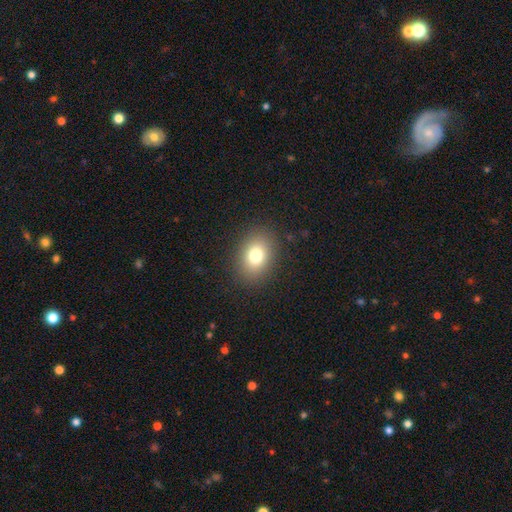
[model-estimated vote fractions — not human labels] smooth 78%, star or artifact 11%, featured or disk 10%. Down the decision tree: how rounded — in between (65%); merging — none (87%).